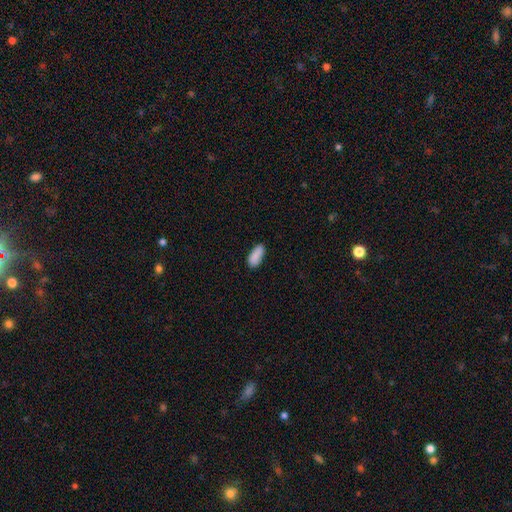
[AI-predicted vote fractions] This appears to be a smooth galaxy with no disk features (88%) that is in between round and cigar-shaped (81%). Merging: none (77%).